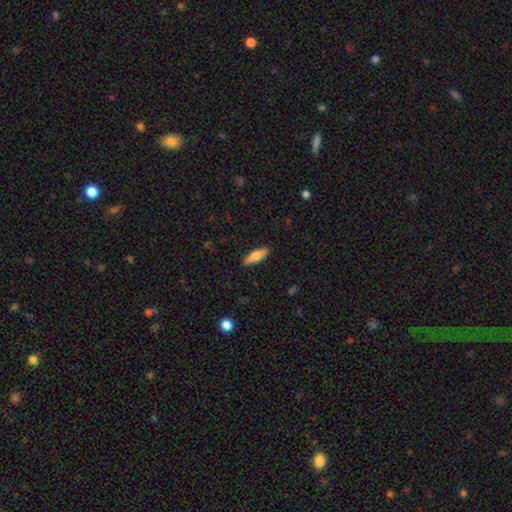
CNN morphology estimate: Overall: smooth (76%). How rounded: in between (56%; cigar-shaped 42%). Merging: none (89%).